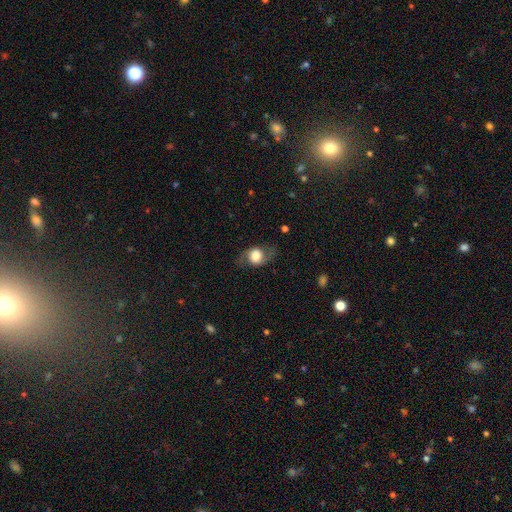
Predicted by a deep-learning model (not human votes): A featured or disk galaxy (47%).

Vote fractions:
- Smooth or featured? featured or disk: 47% / smooth: 44% / star or artifact: 9%
- Merging? none: 72% / minor disturbance: 17% / major disturbance: 10% / merger: 1%